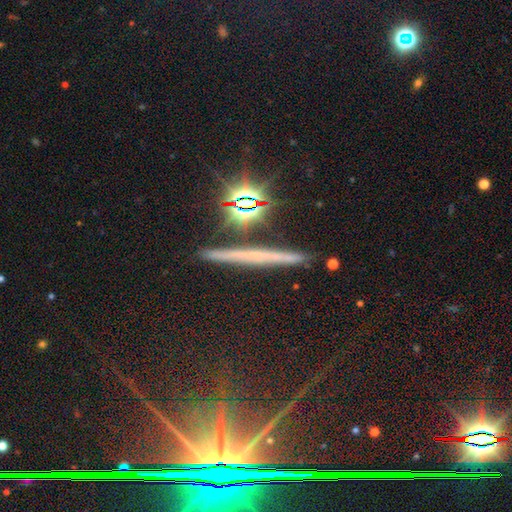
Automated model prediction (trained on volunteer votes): smooth_or_featured: featured or disk (p=0.47) [alt: smooth p=0.28]
merging: none (p=0.88) [alt: minor disturbance p=0.08]